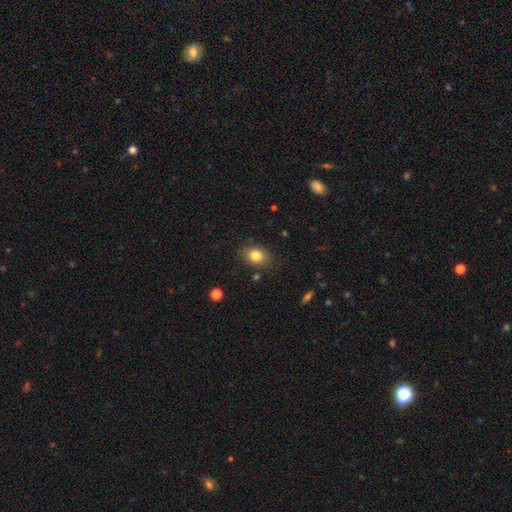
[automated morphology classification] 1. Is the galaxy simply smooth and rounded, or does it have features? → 82% smooth, 10% star or artifact, 8% featured or disk.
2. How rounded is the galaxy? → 62% in between, 37% round, 1% cigar-shaped.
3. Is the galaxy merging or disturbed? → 83% none, 12% minor disturbance, 3% major disturbance, 2% merger.